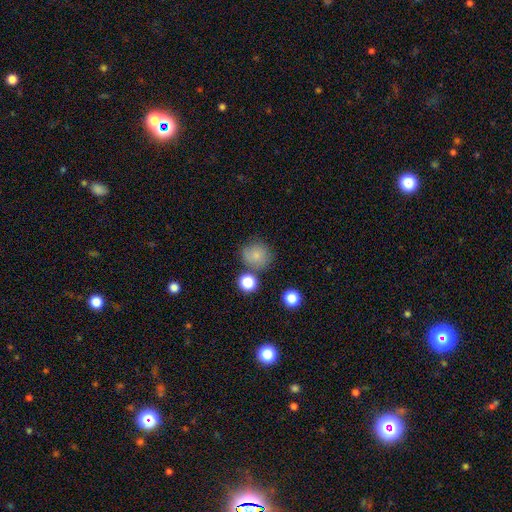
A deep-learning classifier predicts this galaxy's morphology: Smooth or featured: smooth — 74% (featured or disk — 14%)
How rounded: round — 84% (in between — 15%)
Merging: none — 67% (minor disturbance — 17%)